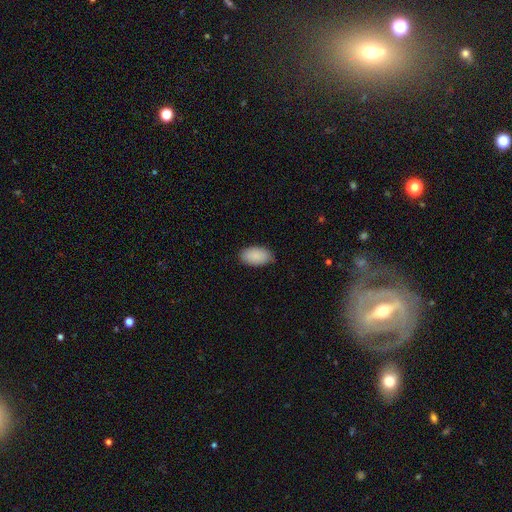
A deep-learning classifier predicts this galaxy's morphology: A smooth galaxy with no disk features (90%) that is in between round and cigar-shaped (95%).

Vote fractions:
- Smooth or featured? smooth: 90% / star or artifact: 6% / featured or disk: 4%
- How rounded? in between: 95% / round: 4% / cigar-shaped: 1%
- Merging? none: 82% / minor disturbance: 14% / major disturbance: 2% / merger: 1%